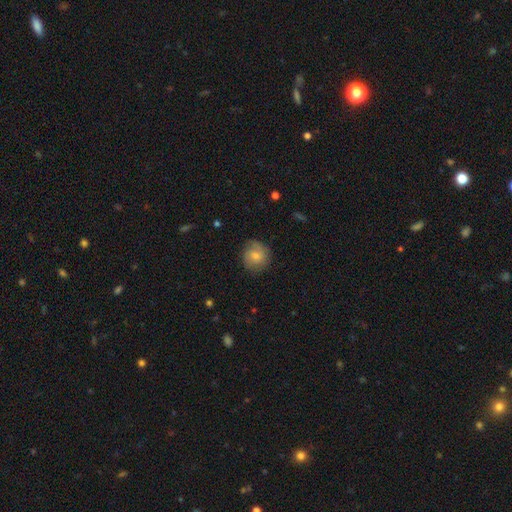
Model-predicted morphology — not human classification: This appears to be a smooth galaxy with no disk features (68%) that is round (89%). Merging: none (78%).